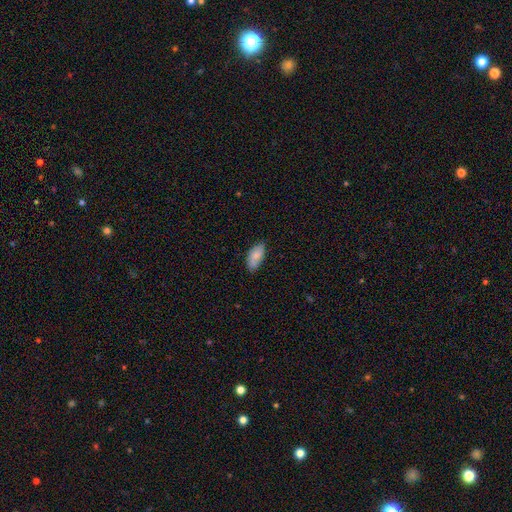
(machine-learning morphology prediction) The model was most divided on "merging": none: 77%, minor disturbance: 19%, major disturbance: 3%, merger: 1%. More confident: how rounded — in between (92%); smooth or featured — smooth (80%).